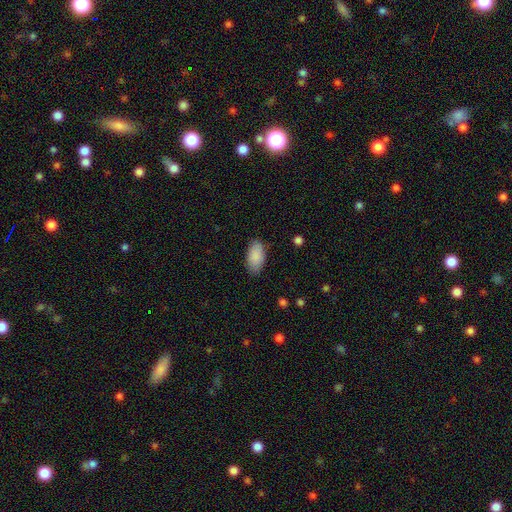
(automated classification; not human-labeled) A smooth galaxy with no disk features (89%) that is in between round and cigar-shaped (94%).

Vote fractions:
- Smooth or featured? smooth: 89% / star or artifact: 6% / featured or disk: 5%
- How rounded? in between: 94% / cigar-shaped: 3% / round: 3%
- Merging? none: 83% / minor disturbance: 13% / major disturbance: 3% / merger: 1%